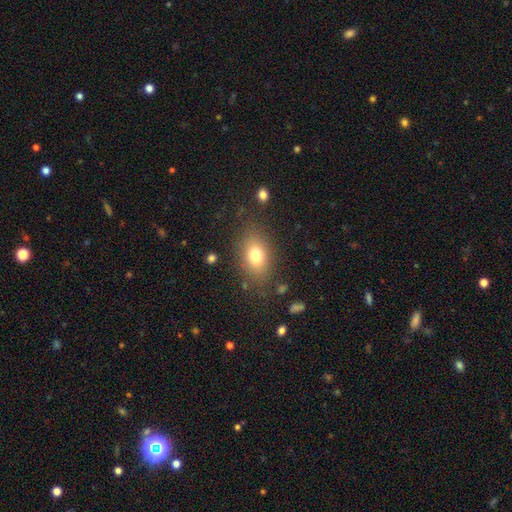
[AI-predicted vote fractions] Smooth or featured? smooth (76%)
How rounded? in between (79%)
Merging? none (80%)